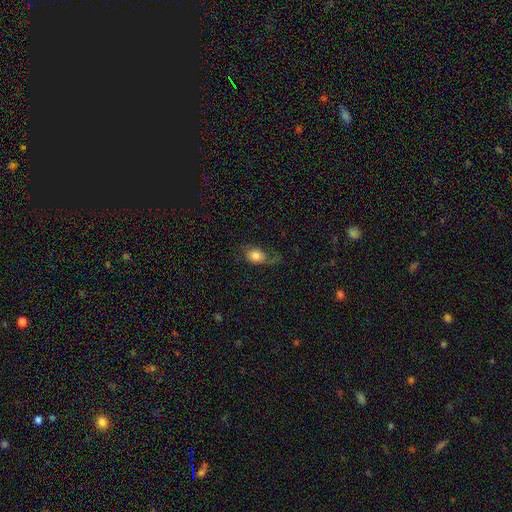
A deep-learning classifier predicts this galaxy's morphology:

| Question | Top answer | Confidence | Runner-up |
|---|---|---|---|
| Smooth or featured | smooth | 71% | featured or disk (21%) |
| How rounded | in between | 69% | round (28%) |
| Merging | none | 44% | major disturbance (27%) |